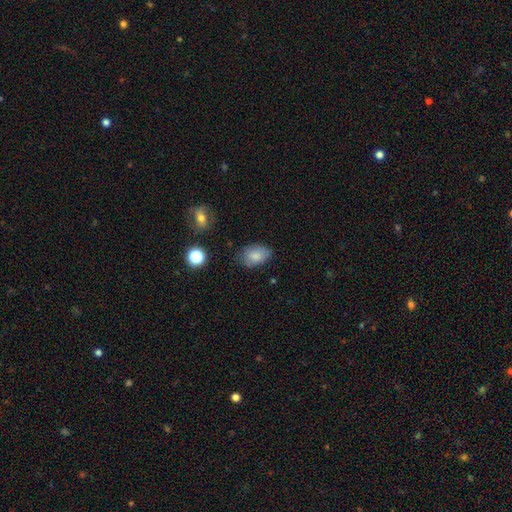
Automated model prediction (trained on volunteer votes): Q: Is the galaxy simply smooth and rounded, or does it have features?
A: smooth — 83%.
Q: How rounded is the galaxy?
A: in between — 86%.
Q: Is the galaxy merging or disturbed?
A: none — 73%.